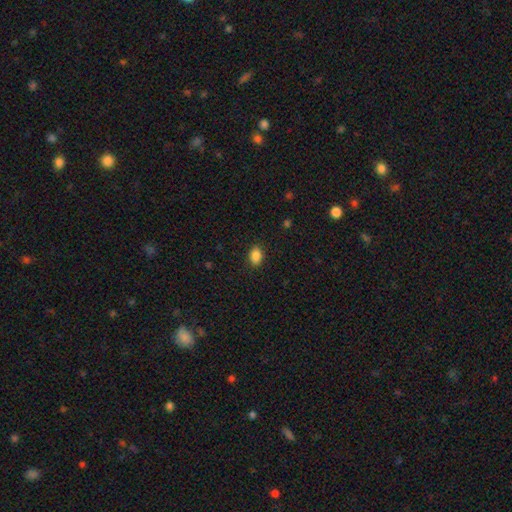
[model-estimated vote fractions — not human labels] This is clearly a smooth galaxy (87%). How rounded: likely in between (79%). Merging: clearly none (89%).